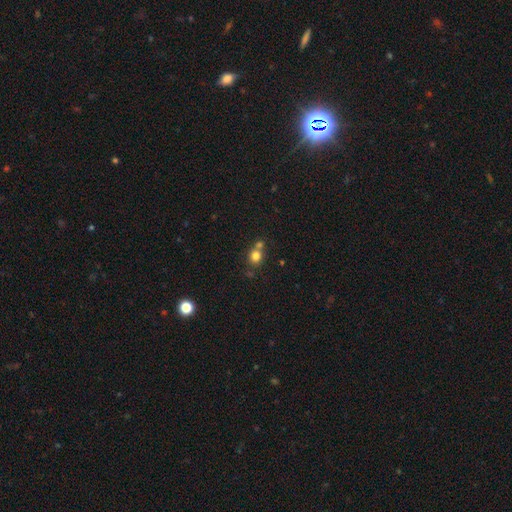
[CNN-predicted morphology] This appears to be a smooth galaxy with no disk features (79%) that is round (82%). Merging: none (52%).